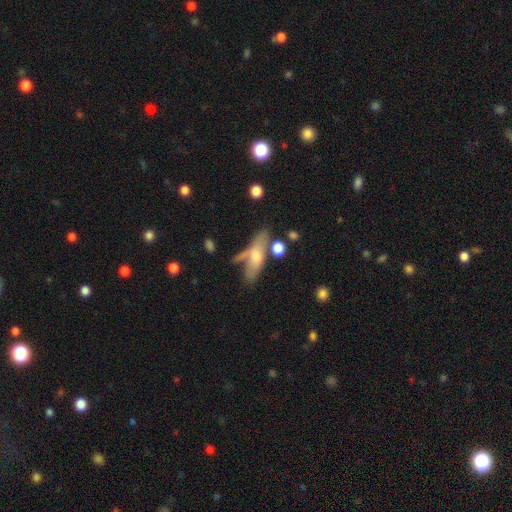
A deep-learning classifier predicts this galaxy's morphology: smooth_or_featured: smooth (p=0.54) [alt: featured or disk p=0.39]
how_rounded: cigar-shaped (p=0.54) [alt: in between p=0.42]
merging: none (p=0.48) [alt: minor disturbance p=0.21]